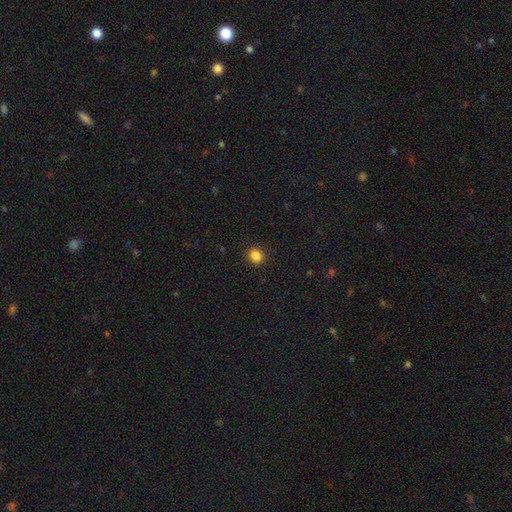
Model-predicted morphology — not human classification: Q: Smooth or featured?
A: smooth (86%); runner-up: star or artifact (11%)
Q: How rounded?
A: round (77%); runner-up: in between (22%)
Q: Merging?
A: none (91%); runner-up: minor disturbance (6%)